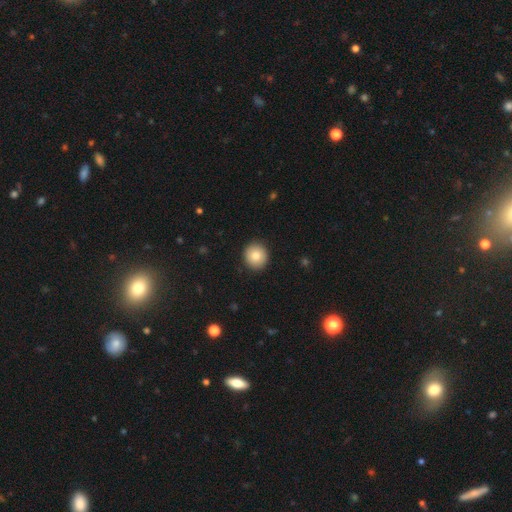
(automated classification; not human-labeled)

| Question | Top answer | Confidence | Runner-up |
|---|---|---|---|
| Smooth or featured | smooth | 83% | featured or disk (9%) |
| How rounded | round | 91% | in between (9%) |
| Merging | none | 91% | minor disturbance (6%) |